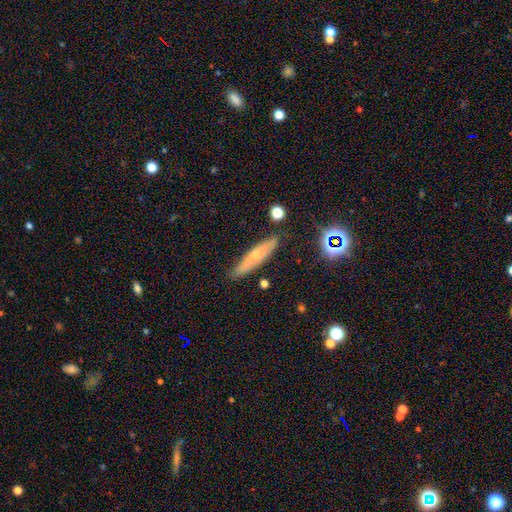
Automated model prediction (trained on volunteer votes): Q: Smooth or featured?
A: smooth (51%); runner-up: featured or disk (39%)
Q: How rounded?
A: cigar-shaped (81%); runner-up: in between (16%)
Q: Merging?
A: none (82%); runner-up: minor disturbance (13%)